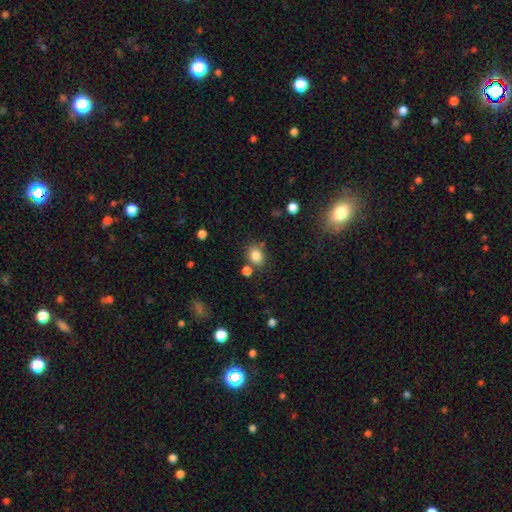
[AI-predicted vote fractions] Smooth or featured?
  - smooth: 83% *
  - star or artifact: 11%
  - featured or disk: 6%
How rounded?
  - round: 57% *
  - in between: 42%
  - cigar-shaped: 1%
Merging?
  - none: 72% *
  - minor disturbance: 13%
  - merger: 11%
  - major disturbance: 4%